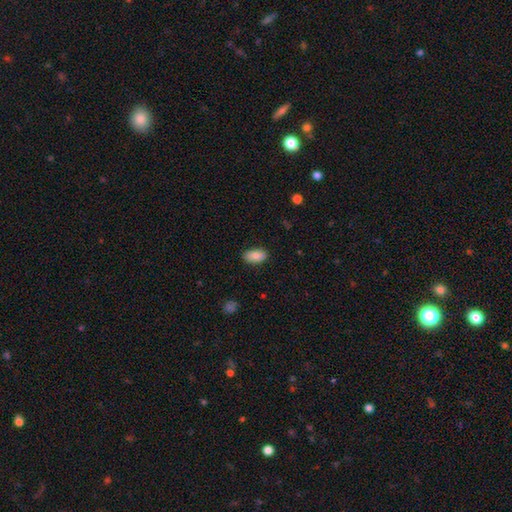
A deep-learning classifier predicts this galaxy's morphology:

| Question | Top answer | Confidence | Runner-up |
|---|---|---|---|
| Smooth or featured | smooth | 81% | featured or disk (12%) |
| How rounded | in between | 93% | round (5%) |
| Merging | none | 85% | minor disturbance (12%) |